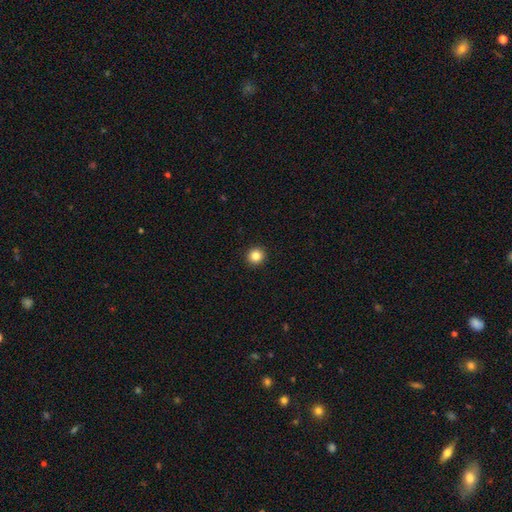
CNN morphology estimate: smooth_or_featured: smooth (p=0.85) [alt: star or artifact p=0.11]
how_rounded: round (p=0.94) [alt: in between p=0.05]
merging: none (p=0.94) [alt: minor disturbance p=0.04]